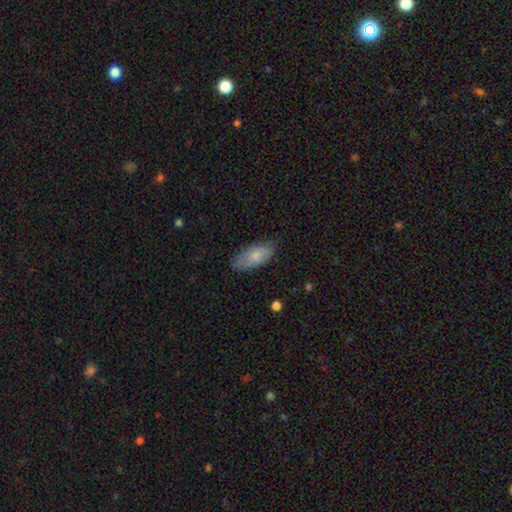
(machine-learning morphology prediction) Smooth or featured? Predicted: smooth (p=0.78). How rounded? Predicted: in between (p=0.89). Merging? Predicted: none (p=0.76).